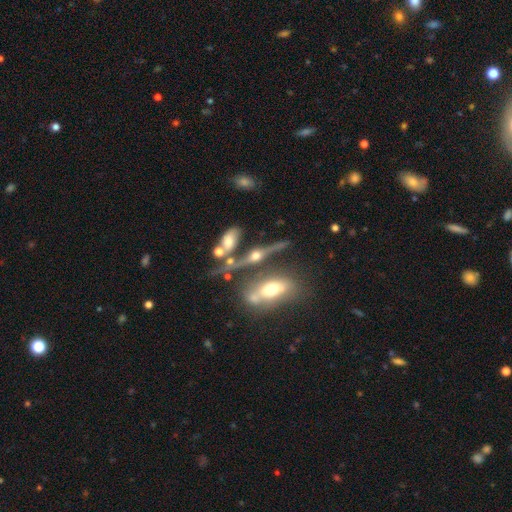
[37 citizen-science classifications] Q: Smooth or featured?
A: featured or disk (92%); runner-up: star or artifact (5%)
Q: Edge-on disk?
A: yes (100%)
Q: Edge-on bulge?
A: rounded (100%)
Q: Merging?
A: none (40%); runner-up: minor disturbance (31%)